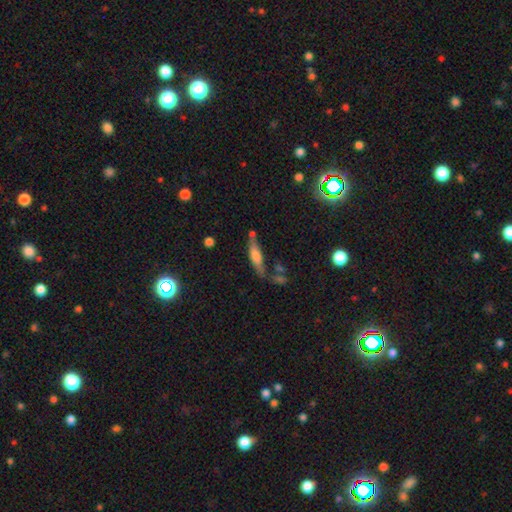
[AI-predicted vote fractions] smooth 49%, featured or disk 41%, star or artifact 10%. Down the decision tree: merging — none (57%).